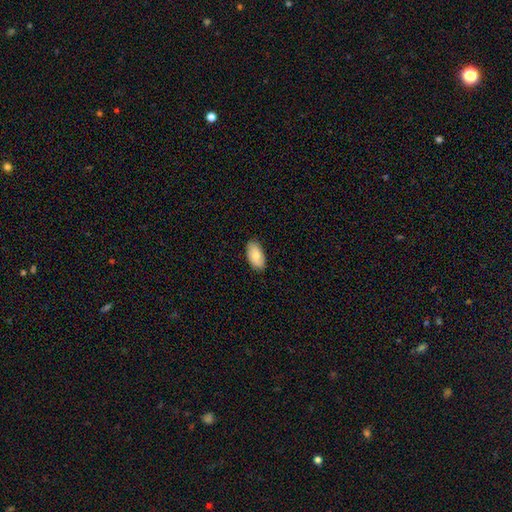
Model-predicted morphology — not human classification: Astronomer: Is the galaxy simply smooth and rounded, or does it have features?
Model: smooth — 71%.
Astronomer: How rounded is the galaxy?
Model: in between — 94%.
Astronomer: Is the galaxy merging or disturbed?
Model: none — 85%.